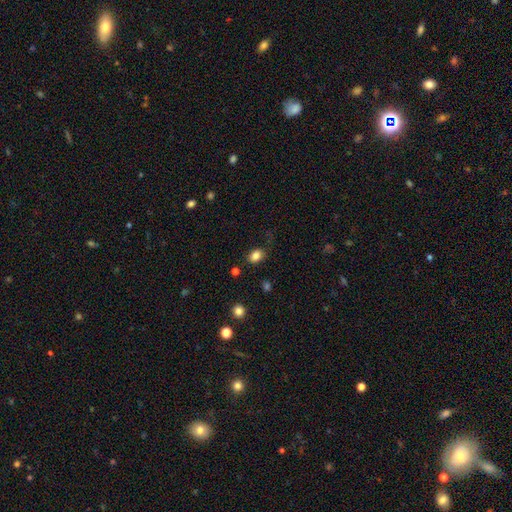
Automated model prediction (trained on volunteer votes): Smooth or featured? Predicted: smooth (p=0.83). How rounded? Predicted: in between (p=0.67). Merging? Predicted: none (p=0.81).